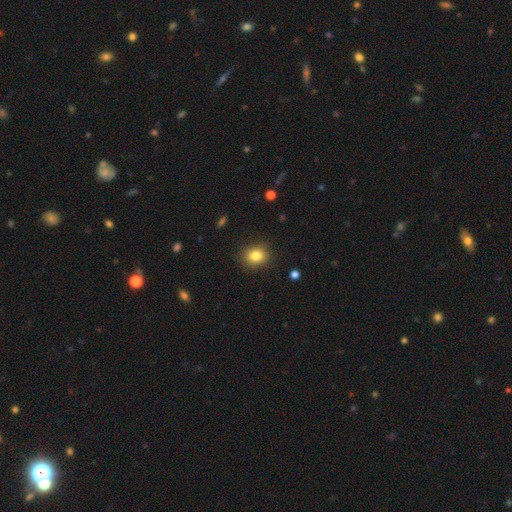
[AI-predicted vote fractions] The model was most divided on "how rounded": round: 60%, in between: 39%, cigar-shaped: 1%. More confident: merging — none (87%); smooth or featured — smooth (83%).